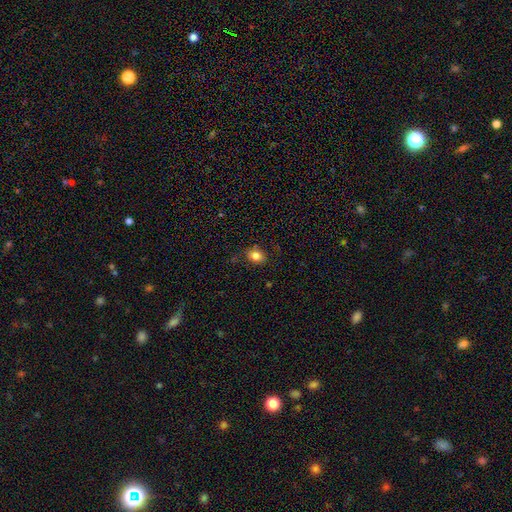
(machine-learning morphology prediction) This appears to be a smooth galaxy with no disk features (83%) that is in between round and cigar-shaped (56%). Merging: none (80%).